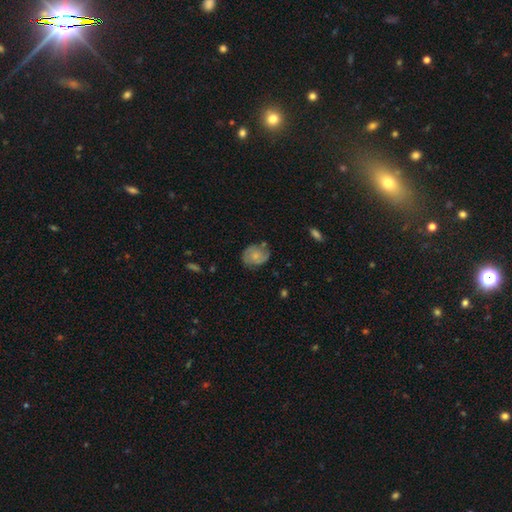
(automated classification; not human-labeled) This appears to be a featured or disk galaxy (50%). Merging: none (65%).